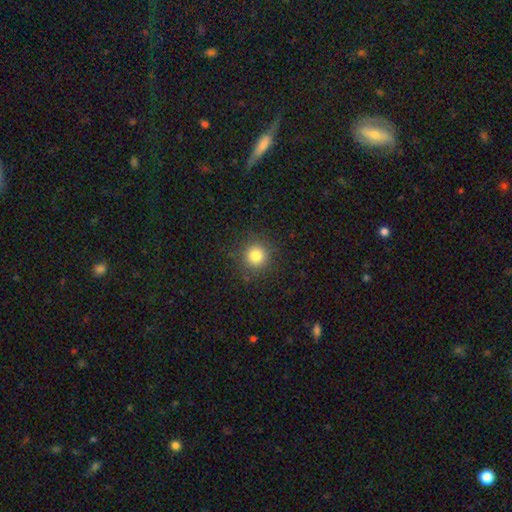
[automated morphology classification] Smooth or featured?
  - smooth: 81% *
  - star or artifact: 13%
  - featured or disk: 6%
How rounded?
  - round: 95% *
  - in between: 4%
  - cigar-shaped: 1%
Merging?
  - none: 90% *
  - minor disturbance: 7%
  - major disturbance: 3%
  - merger: 1%